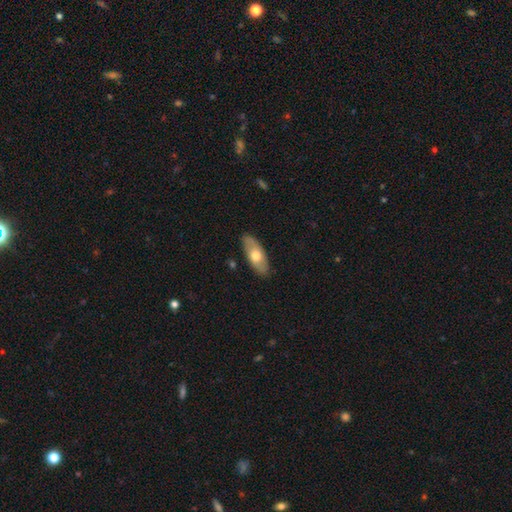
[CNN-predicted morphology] type=smooth (55%); roundness=in between (83%); merging=none (86%).